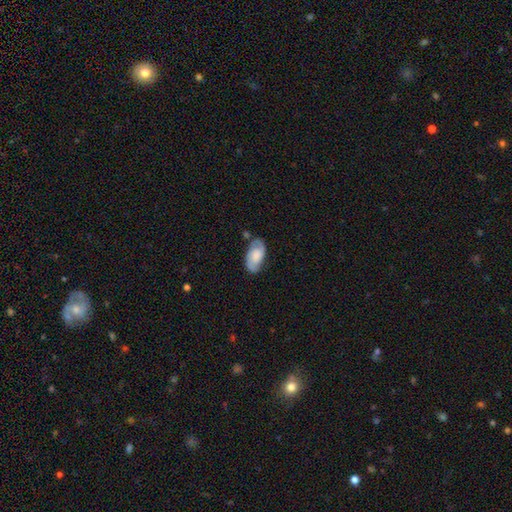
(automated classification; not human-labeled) featured or disk 67%, smooth 27%, star or artifact 6%. Down the decision tree: edge-on disk — no (96%); bar — no (56%); spiral arms — yes (91%); spiral arm count — 2 (86%); spiral winding — medium (44%); bulge size — none (27%); merging — none (74%).